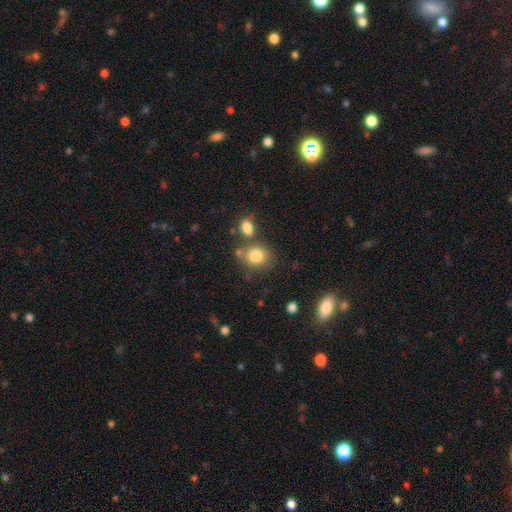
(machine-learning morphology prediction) This is clearly a smooth galaxy (82%). How rounded: likely round (67%). Merging: likely none (62%).